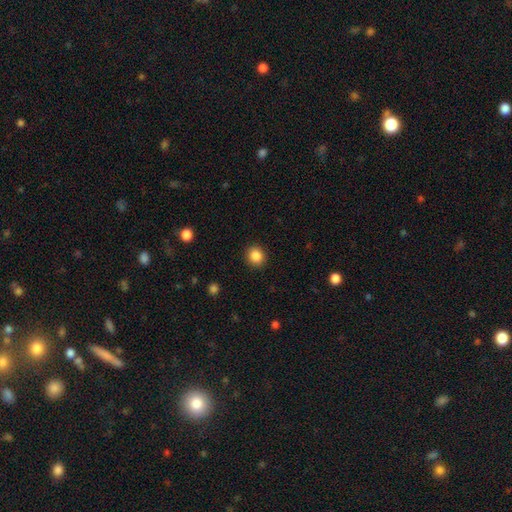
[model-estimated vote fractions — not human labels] smooth-or-featured: smooth: 86% | star or artifact: 10% | featured or disk: 4%
  how-rounded: round: 86% | in between: 14% | cigar-shaped: 1%
  merging: none: 91% | minor disturbance: 6% | major disturbance: 2% | merger: 1%